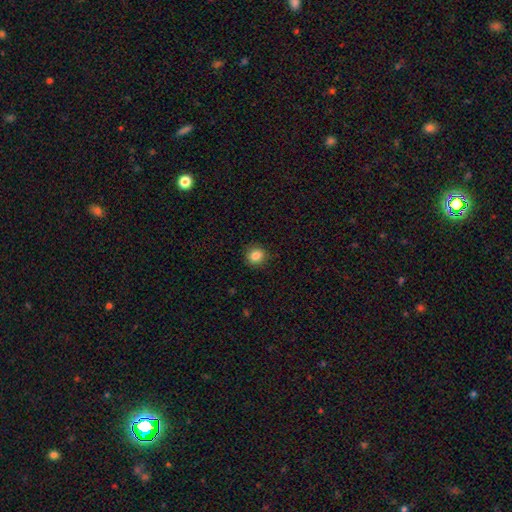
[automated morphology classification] This is clearly a smooth galaxy (86%). How rounded: clearly round (83%). Merging: clearly none (89%).